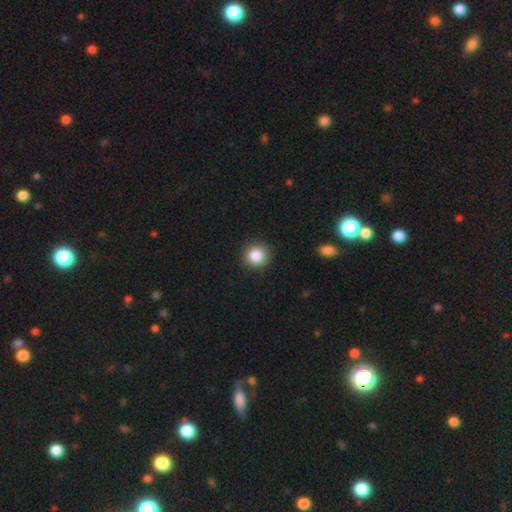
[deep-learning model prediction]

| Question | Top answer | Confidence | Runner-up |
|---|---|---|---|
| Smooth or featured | smooth | 85% | star or artifact (10%) |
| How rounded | round | 93% | in between (6%) |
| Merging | none | 91% | minor disturbance (6%) |